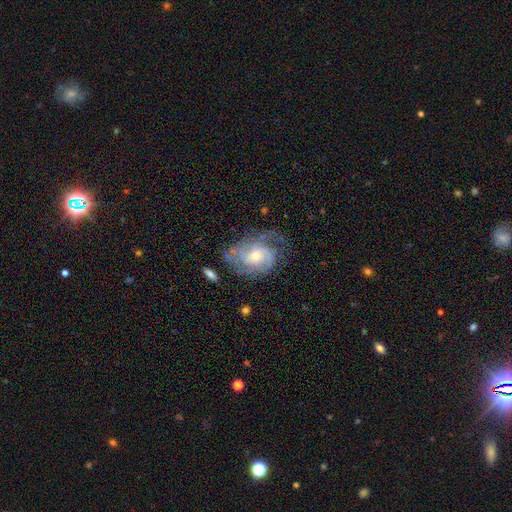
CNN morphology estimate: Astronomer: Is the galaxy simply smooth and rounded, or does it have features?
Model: featured or disk — 81%.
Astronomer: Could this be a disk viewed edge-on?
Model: no — 97%.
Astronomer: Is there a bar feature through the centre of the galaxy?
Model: no — 69%.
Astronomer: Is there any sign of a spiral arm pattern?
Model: yes — 93%.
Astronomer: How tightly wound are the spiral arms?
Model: tight — 47% (runner-up: medium, 39%).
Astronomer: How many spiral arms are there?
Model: can't tell — 31% (runner-up: 2, 30%).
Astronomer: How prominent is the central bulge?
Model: moderate — 52% (runner-up: small, 41%).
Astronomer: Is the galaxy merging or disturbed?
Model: none — 54%.